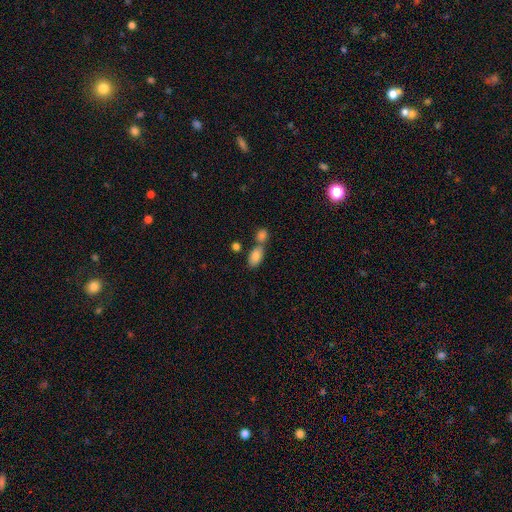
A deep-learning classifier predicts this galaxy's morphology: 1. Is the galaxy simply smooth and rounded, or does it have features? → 83% smooth, 9% featured or disk, 8% star or artifact.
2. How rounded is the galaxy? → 90% in between, 7% round, 4% cigar-shaped.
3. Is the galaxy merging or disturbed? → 46% merger, 41% none, 10% minor disturbance, 4% major disturbance.